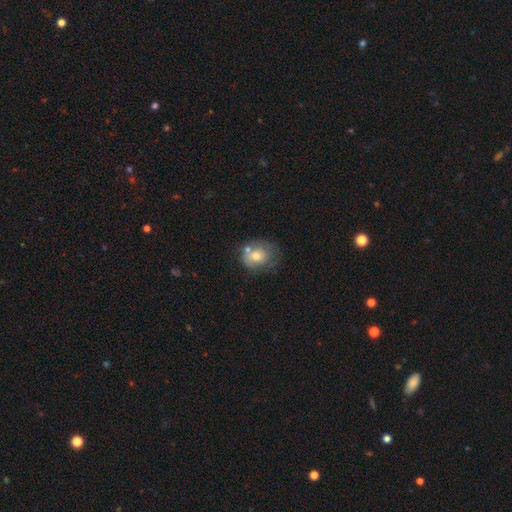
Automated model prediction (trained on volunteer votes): Overall: smooth (66%). How rounded: round (64%; in between 35%). Merging: none (51%; minor disturbance 23%).